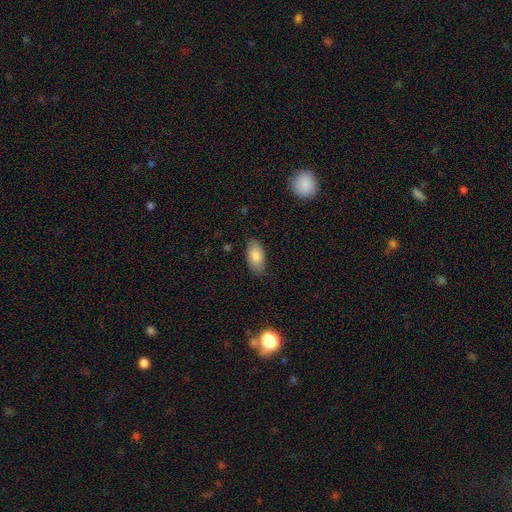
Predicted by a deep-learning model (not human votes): Smooth or featured?
  - smooth: 84% *
  - featured or disk: 10%
  - star or artifact: 7%
How rounded?
  - in between: 94% *
  - cigar-shaped: 4%
  - round: 3%
Merging?
  - none: 77% *
  - minor disturbance: 18%
  - major disturbance: 3%
  - merger: 1%